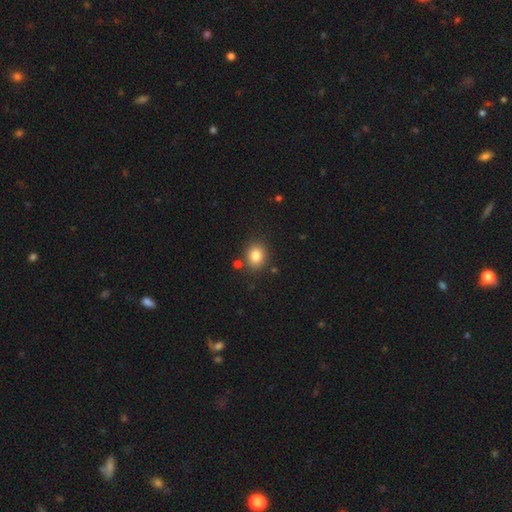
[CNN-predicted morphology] Smooth or featured?
  - smooth: 83% *
  - star or artifact: 11%
  - featured or disk: 7%
How rounded?
  - round: 63% *
  - in between: 37%
  - cigar-shaped: 1%
Merging?
  - none: 82% *
  - minor disturbance: 10%
  - merger: 6%
  - major disturbance: 3%